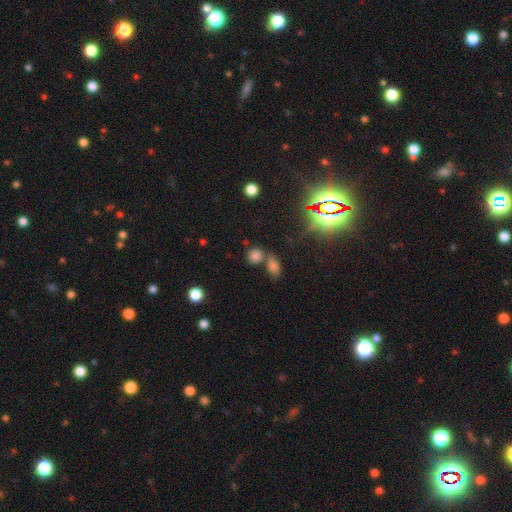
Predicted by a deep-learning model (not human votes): This is likely a smooth galaxy (72%). How rounded: likely round (72%). Merging: possibly none (57%).